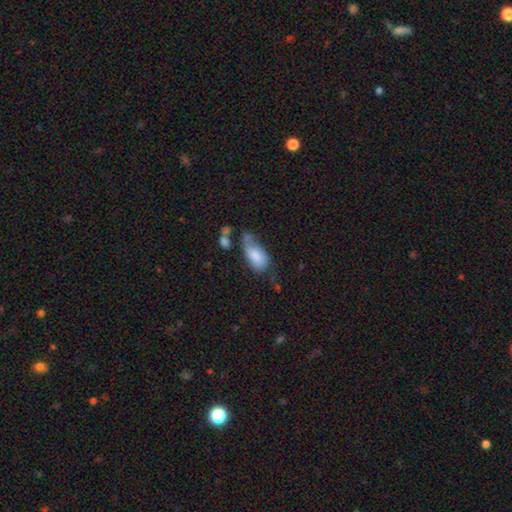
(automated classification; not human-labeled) This appears to be a smooth galaxy with no disk features (76%) that is in between round and cigar-shaped (90%). Merging: minor disturbance (33%).